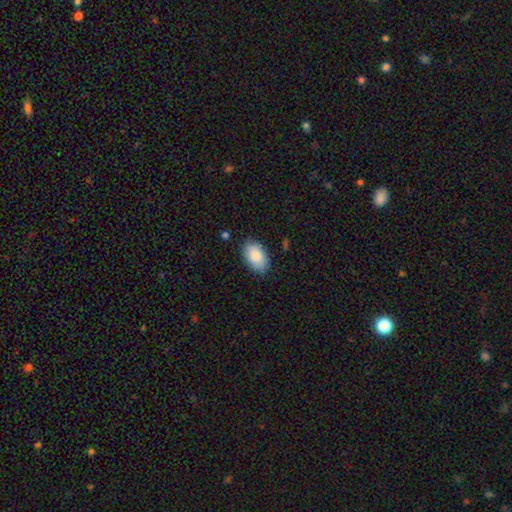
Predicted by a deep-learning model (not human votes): Smooth or featured?
  - smooth: 86% *
  - featured or disk: 8%
  - star or artifact: 6%
How rounded?
  - in between: 94% *
  - round: 5%
  - cigar-shaped: 1%
Merging?
  - none: 84% *
  - minor disturbance: 12%
  - major disturbance: 2%
  - merger: 1%